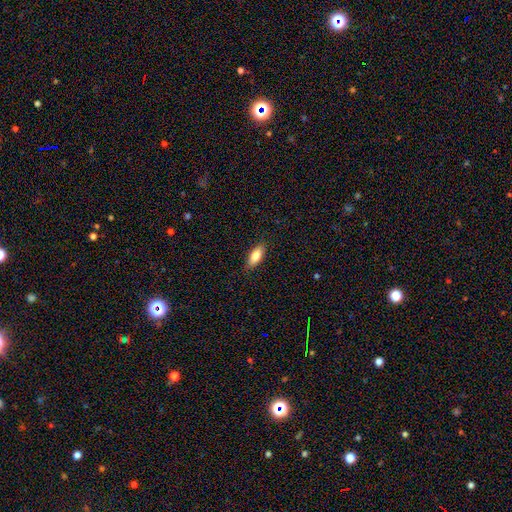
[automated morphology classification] type=smooth (80%); roundness=in between (81%); merging=none (87%).